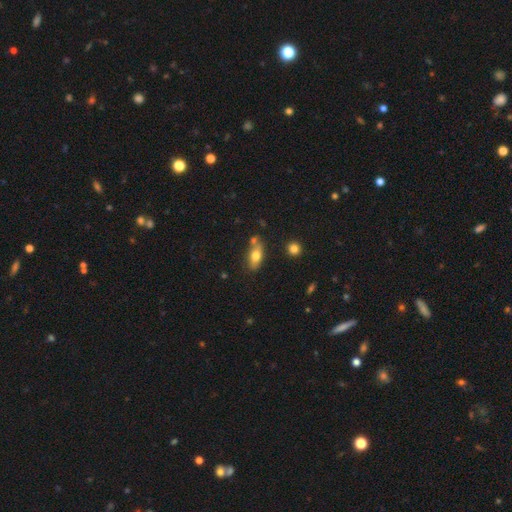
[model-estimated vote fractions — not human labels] Overall: smooth (70%). How rounded: in between (80%). Merging: none (61%).